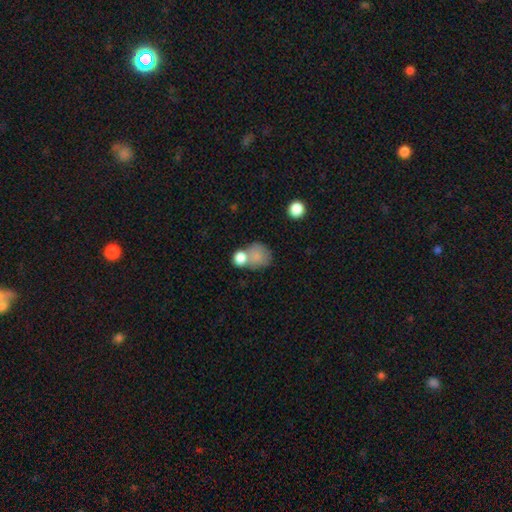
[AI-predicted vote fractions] smooth-or-featured: smooth: 80% | featured or disk: 11% | star or artifact: 9%
  how-rounded: round: 69% | in between: 30% | cigar-shaped: 1%
  merging: merger: 42% | none: 35% | minor disturbance: 14% | major disturbance: 8%